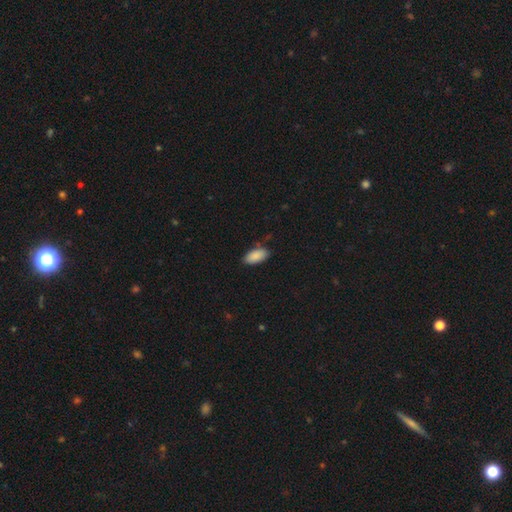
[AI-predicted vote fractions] Smooth or featured? smooth (89%)
How rounded? in between (92%)
Merging? none (81%)